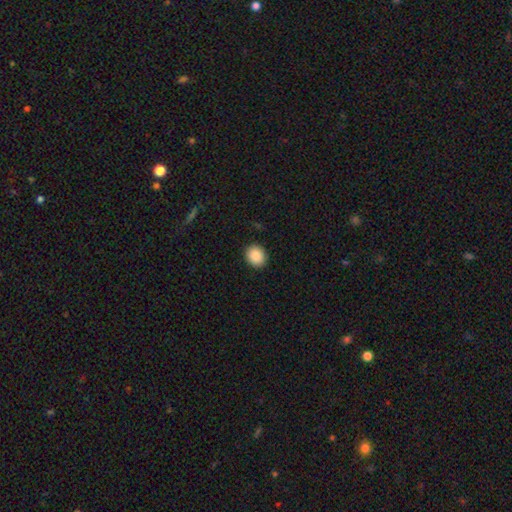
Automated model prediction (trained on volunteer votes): This appears to be a smooth galaxy with no disk features (87%) that is round (74%). Merging: none (91%).